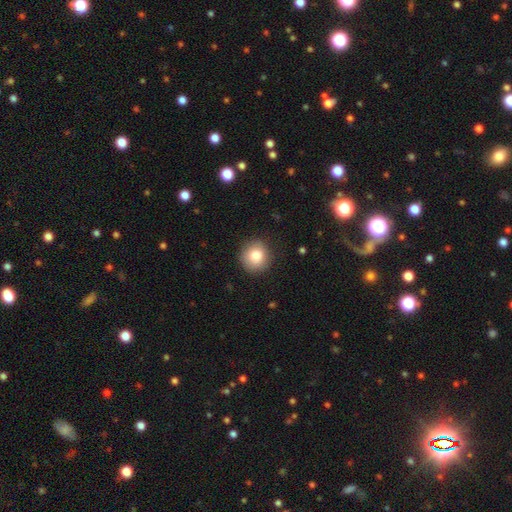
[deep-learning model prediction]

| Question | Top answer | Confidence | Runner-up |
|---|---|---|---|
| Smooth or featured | smooth | 83% | star or artifact (9%) |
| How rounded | round | 87% | in between (12%) |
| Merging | none | 86% | minor disturbance (10%) |